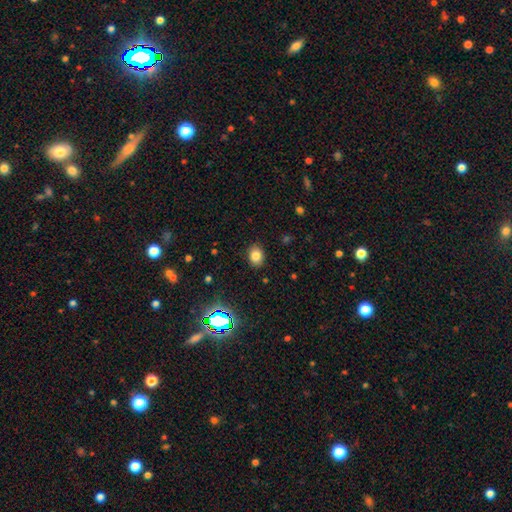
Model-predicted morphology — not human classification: Smooth or featured? Predicted: smooth (p=0.81). How rounded? Predicted: in between (p=0.59). Merging? Predicted: none (p=0.88).